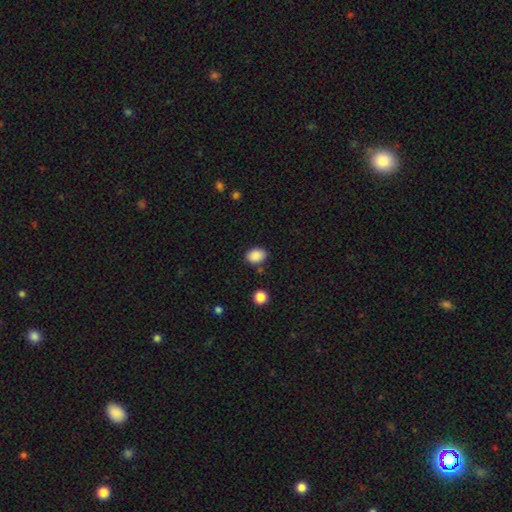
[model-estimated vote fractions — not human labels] Morphology: type=smooth (88%); roundness=in between (69%); merging=none (81%).